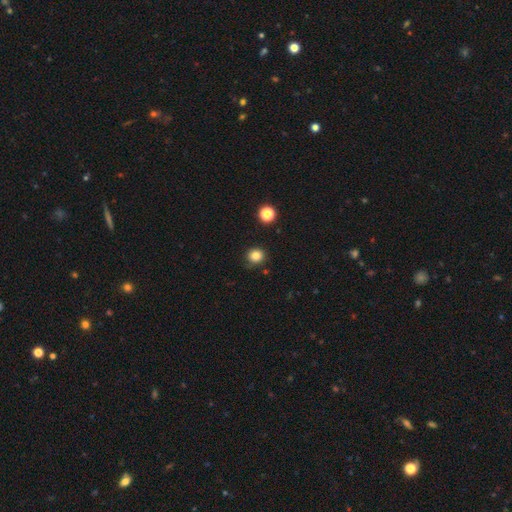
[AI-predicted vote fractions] The model was most divided on "smooth or featured": smooth: 82%, star or artifact: 13%, featured or disk: 5%. More confident: how rounded — round (88%); merging — none (85%).